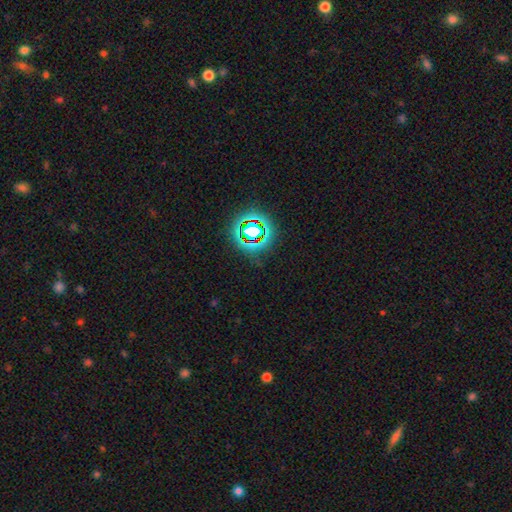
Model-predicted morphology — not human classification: Smooth or featured?
  - star or artifact: 75% *
  - smooth: 15%
  - featured or disk: 10%